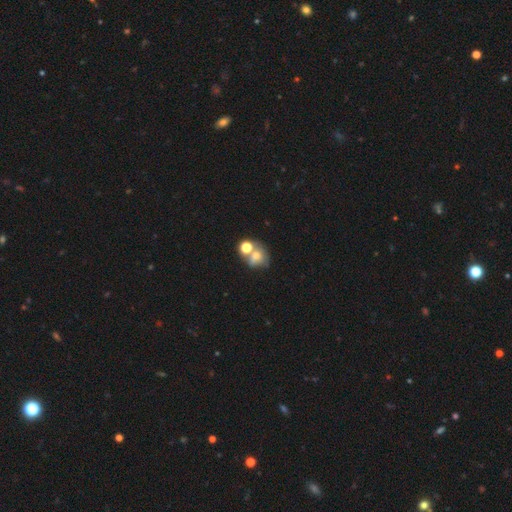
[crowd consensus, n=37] smooth 73%, featured or disk 19%, star or artifact 8%. Down the decision tree: how rounded — in between (59%); merging — merger (53%).